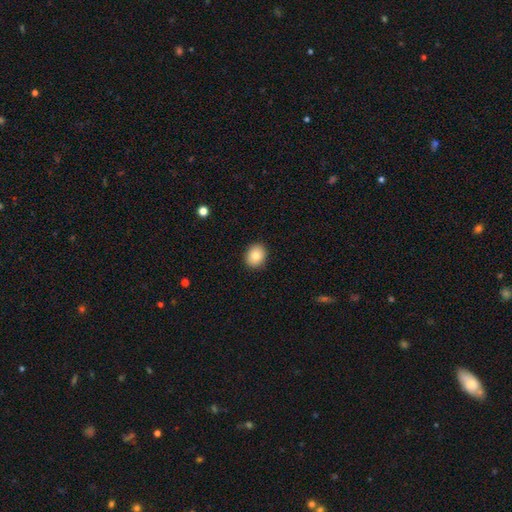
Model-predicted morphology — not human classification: The model was most divided on "how rounded": round: 64%, in between: 35%, cigar-shaped: 1%. More confident: merging — none (90%); smooth or featured — smooth (83%).